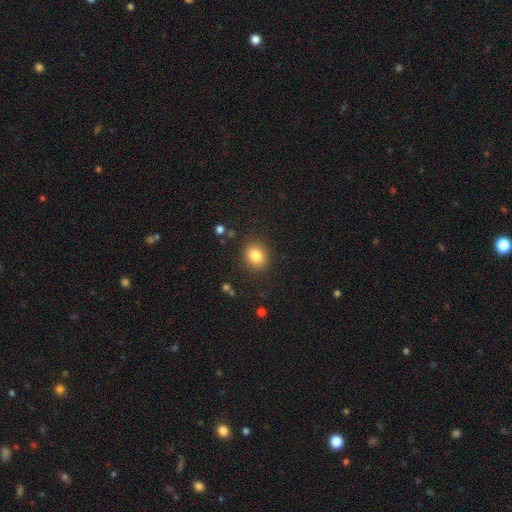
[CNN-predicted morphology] Smooth or featured? smooth (83%)
How rounded? round (66%)
Merging? none (87%)